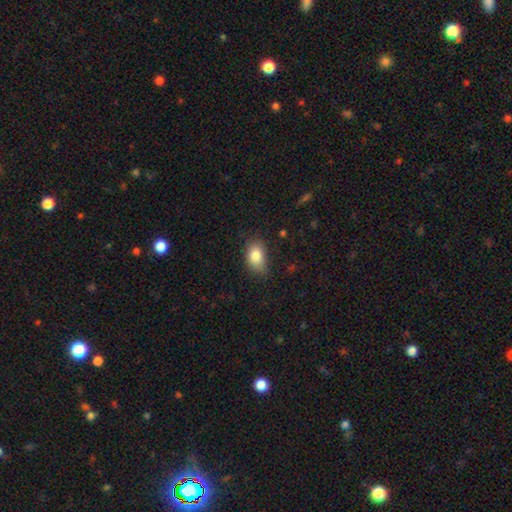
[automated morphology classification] type=smooth (84%); roundness=in between (84%); merging=none (72%).